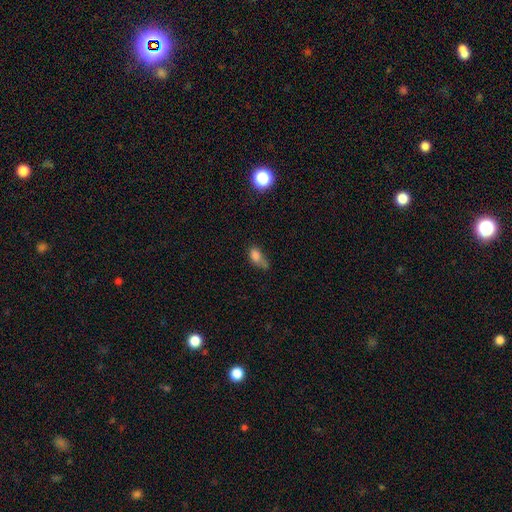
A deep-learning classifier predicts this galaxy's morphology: Smooth or featured?
  - smooth: 77% *
  - star or artifact: 12%
  - featured or disk: 11%
How rounded?
  - in between: 82% *
  - round: 12%
  - cigar-shaped: 6%
Merging?
  - minor disturbance: 32% *
  - none: 30%
  - major disturbance: 20%
  - merger: 18%